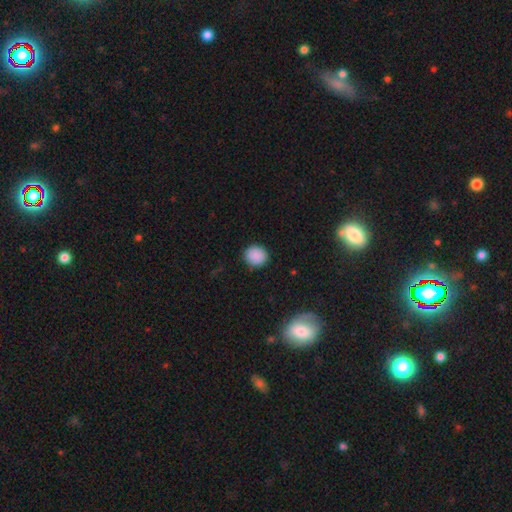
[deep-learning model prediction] A smooth galaxy with no disk features (88%) that is round (84%). Merging: none (89%).